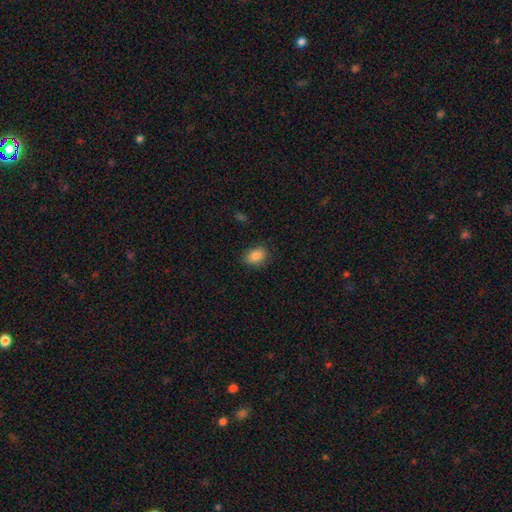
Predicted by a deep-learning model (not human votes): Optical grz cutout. It shows a smooth galaxy with no disk features (87%) that is in between round and cigar-shaped (82%). Merging: none (83%).